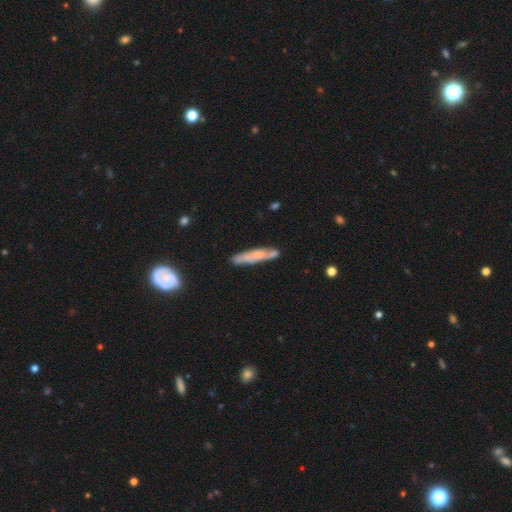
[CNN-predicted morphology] Overall: smooth (47%; featured or disk 46%). Merging: none (72%).